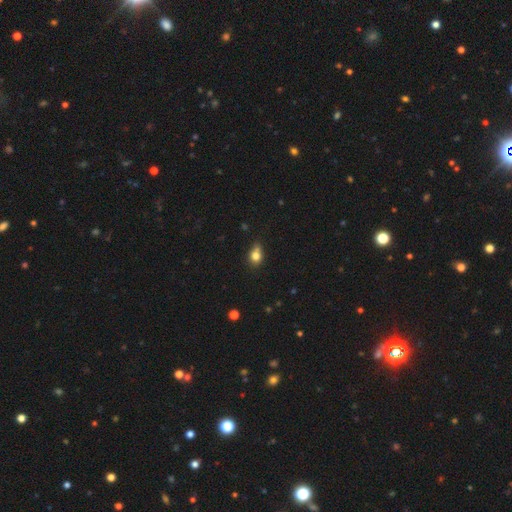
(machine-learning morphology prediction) Smooth or featured: smooth — 78% (star or artifact — 12%)
How rounded: in between — 50% (round — 48%)
Merging: none — 50% (minor disturbance — 34%)